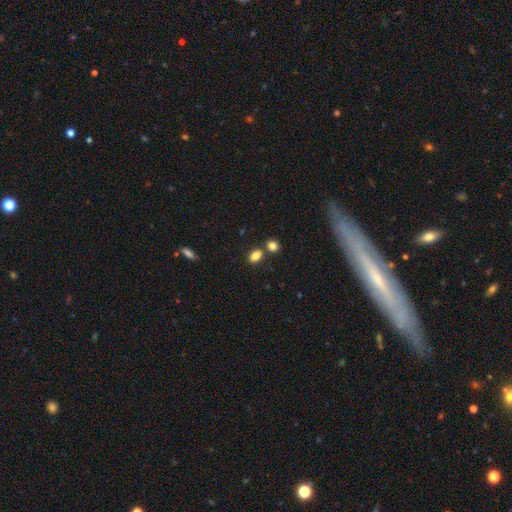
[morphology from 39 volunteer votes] Overall: smooth (87%). How rounded: in between (91%). Merging: none (69%).